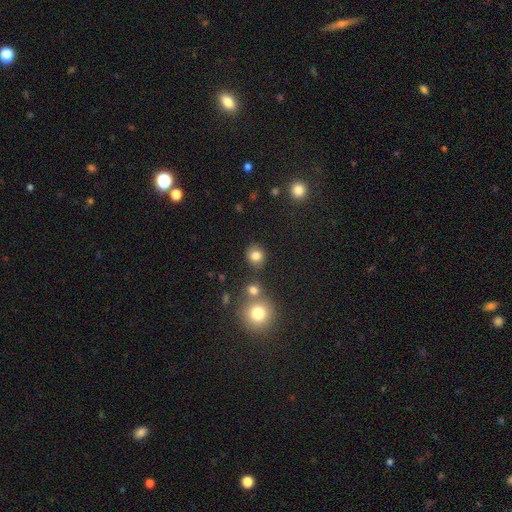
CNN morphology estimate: A smooth galaxy with no disk features (82%) that is round (79%).

Vote fractions:
- Smooth or featured? smooth: 82% / star or artifact: 12% / featured or disk: 6%
- How rounded? round: 79% / in between: 20% / cigar-shaped: 1%
- Merging? none: 81% / minor disturbance: 9% / merger: 6% / major disturbance: 3%